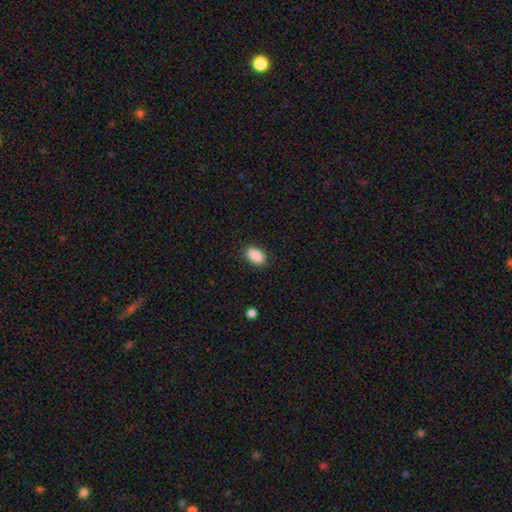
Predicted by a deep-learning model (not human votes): A smooth galaxy with no disk features (88%) that is in between round and cigar-shaped (90%). Merging: none (86%).